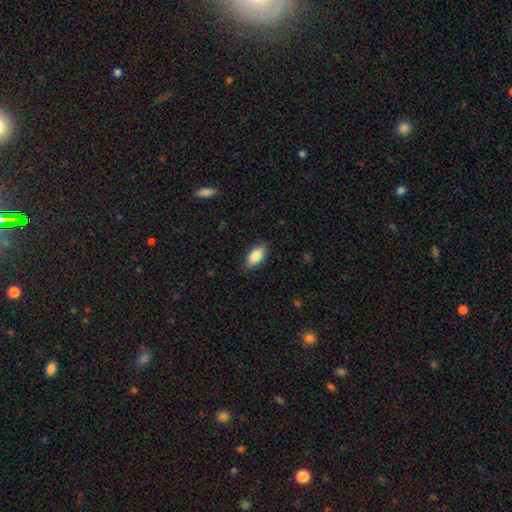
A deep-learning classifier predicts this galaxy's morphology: smooth_or_featured: smooth (p=0.87) [alt: featured or disk p=0.07]
how_rounded: in between (p=0.90) [alt: cigar-shaped p=0.08]
merging: none (p=0.85) [alt: minor disturbance p=0.12]